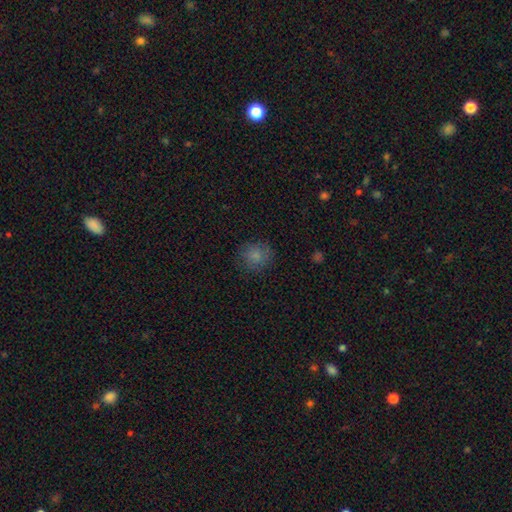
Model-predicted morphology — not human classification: Smooth or featured?
  - smooth: 81% *
  - star or artifact: 11%
  - featured or disk: 8%
How rounded?
  - round: 85% *
  - in between: 14%
  - cigar-shaped: 1%
Merging?
  - none: 80% *
  - minor disturbance: 14%
  - major disturbance: 5%
  - merger: 1%